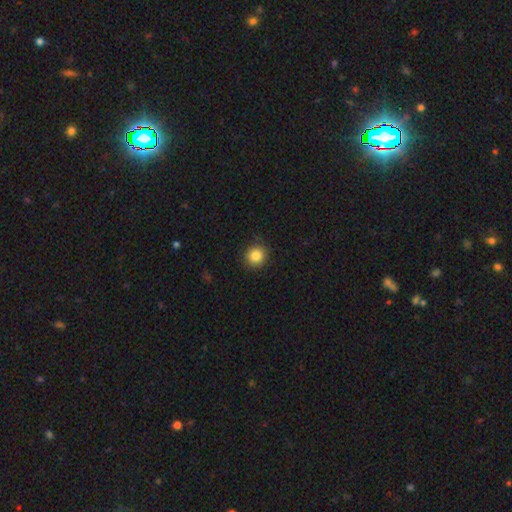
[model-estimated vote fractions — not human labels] Morphology: type=smooth (85%); roundness=round (90%); merging=none (89%).